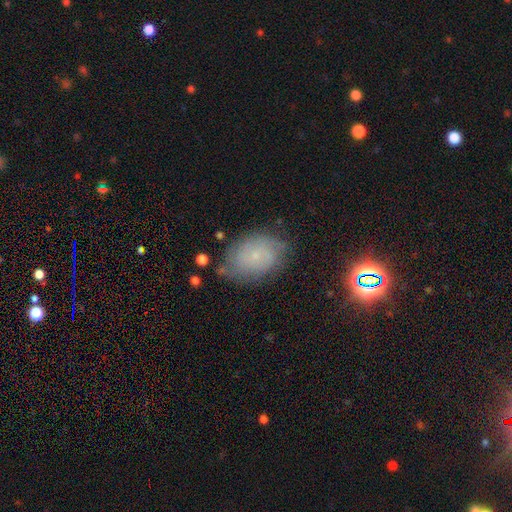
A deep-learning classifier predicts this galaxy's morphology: Overall: featured or disk (48%; smooth 37%). Merging: none (68%).